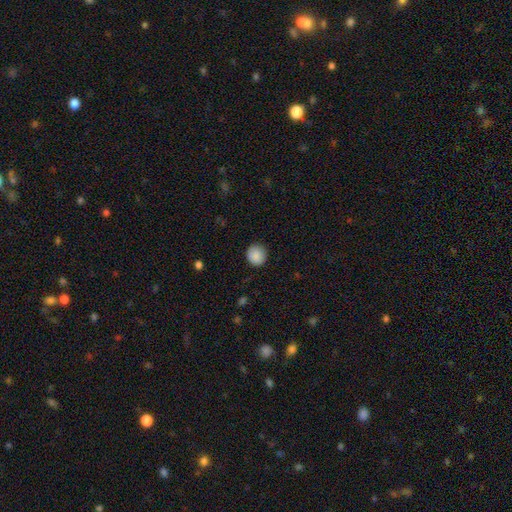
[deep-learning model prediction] smooth 89%, star or artifact 8%, featured or disk 4%. Down the decision tree: how rounded — round (89%); merging — none (88%).